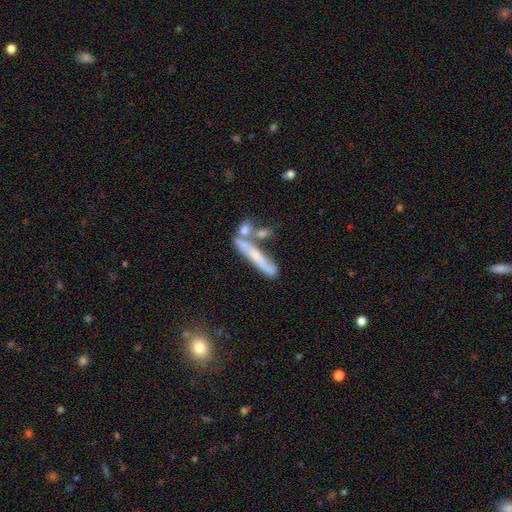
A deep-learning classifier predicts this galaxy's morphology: Overall: featured or disk (47%; smooth 43%). Merging: none (44%; merger 29%).